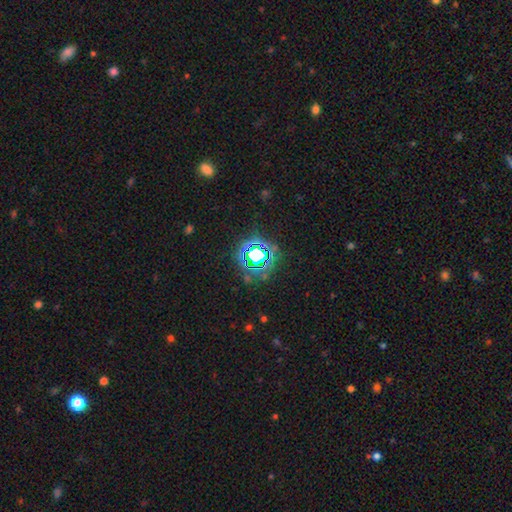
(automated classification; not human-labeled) Smooth or featured?
  - star or artifact: 73% *
  - smooth: 18%
  - featured or disk: 10%